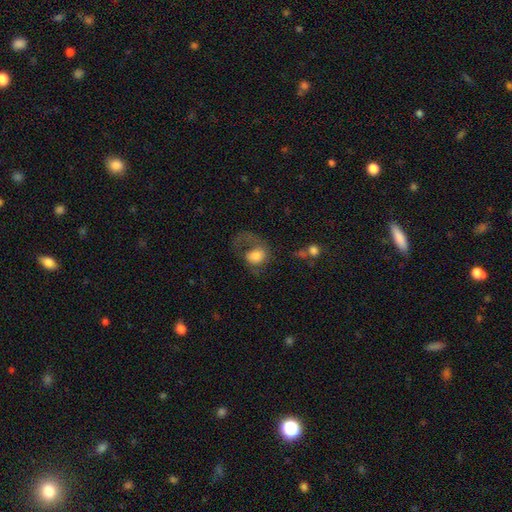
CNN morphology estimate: Smooth or featured? smooth (59%)
How rounded? round (52%)
Merging? major disturbance (57%)